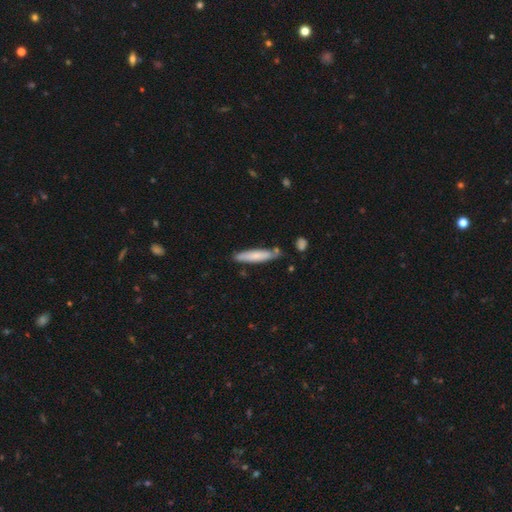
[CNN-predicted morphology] smooth-or-featured: smooth: 71% | featured or disk: 24% | star or artifact: 6%
  how-rounded: cigar-shaped: 87% | in between: 12% | round: 1%
  merging: none: 76% | minor disturbance: 15% | merger: 6% | major disturbance: 3%